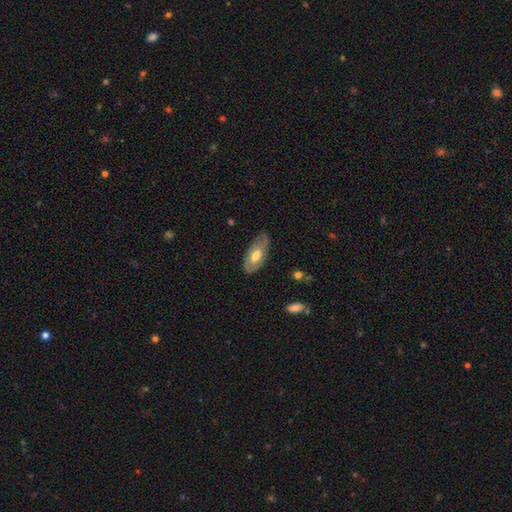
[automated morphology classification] Smooth or featured: smooth — 54% (featured or disk — 40%)
How rounded: in between — 90% (cigar-shaped — 7%)
Merging: none — 69% (minor disturbance — 25%)